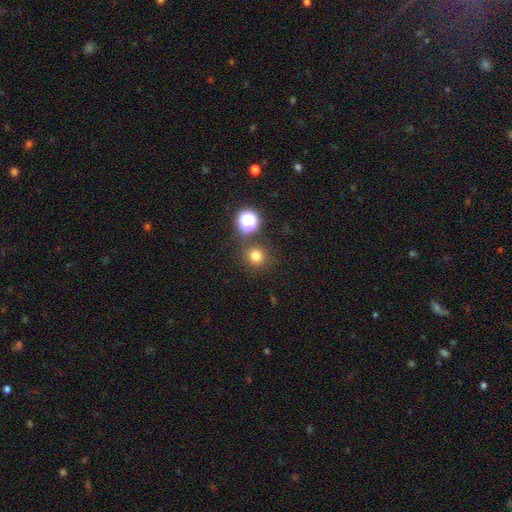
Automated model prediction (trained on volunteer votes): smooth 76%, star or artifact 18%, featured or disk 6%. Down the decision tree: how rounded — round (91%); merging — none (82%).